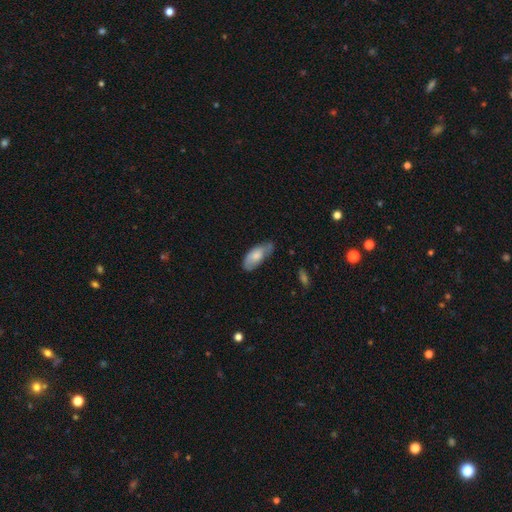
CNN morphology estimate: Smooth or featured: smooth — 72% (featured or disk — 22%)
How rounded: in between — 86% (cigar-shaped — 12%)
Merging: none — 44% (minor disturbance — 40%)